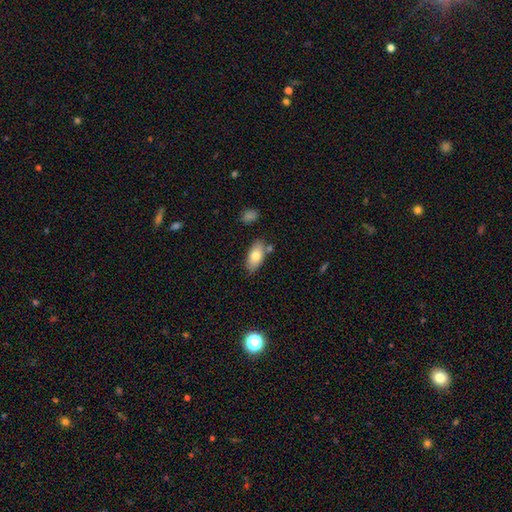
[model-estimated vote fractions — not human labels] The model was most divided on "merging": none: 74%, minor disturbance: 15%, merger: 8%, major disturbance: 3%. More confident: how rounded — in between (91%); smooth or featured — smooth (78%).